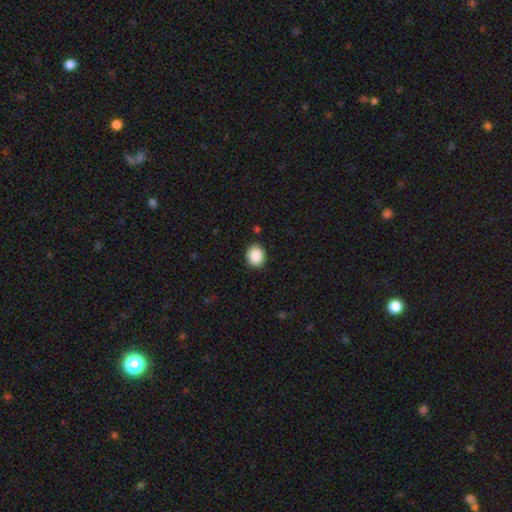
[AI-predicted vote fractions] smooth 89%, star or artifact 8%, featured or disk 3%. Down the decision tree: how rounded — round (76%); merging — none (90%).